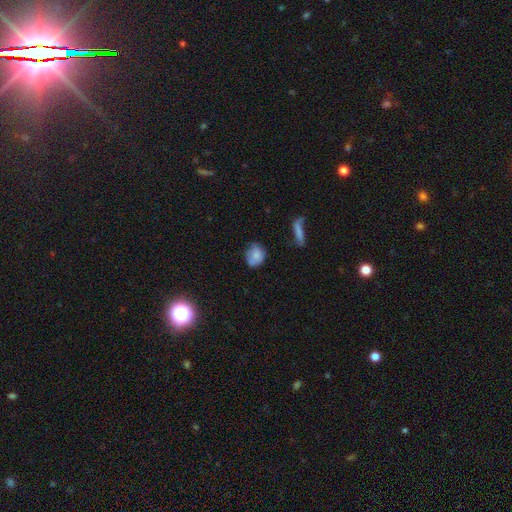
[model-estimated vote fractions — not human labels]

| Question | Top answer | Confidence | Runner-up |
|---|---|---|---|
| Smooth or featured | smooth | 77% | featured or disk (14%) |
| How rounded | round | 58% | in between (40%) |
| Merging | none | 56% | minor disturbance (32%) |